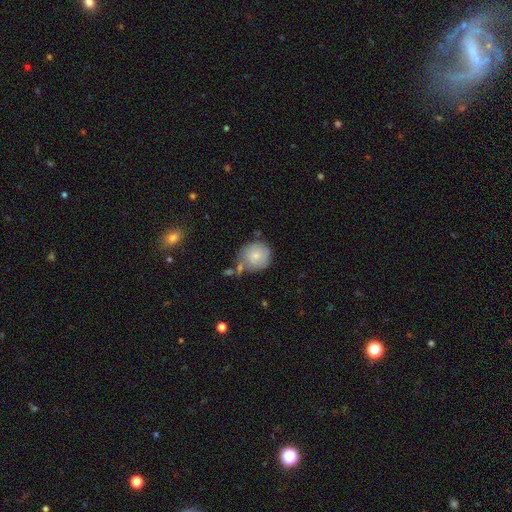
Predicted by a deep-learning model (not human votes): Smooth or featured? Predicted: smooth (p=0.75). How rounded? Predicted: round (p=0.88). Merging? Predicted: none (p=0.57).